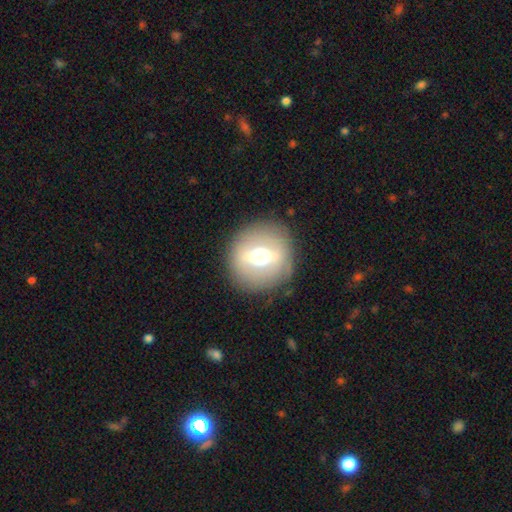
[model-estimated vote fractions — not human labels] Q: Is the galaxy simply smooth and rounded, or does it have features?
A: featured or disk — 55%.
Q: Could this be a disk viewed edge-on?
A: no — 71%.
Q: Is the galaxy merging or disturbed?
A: none — 85%.